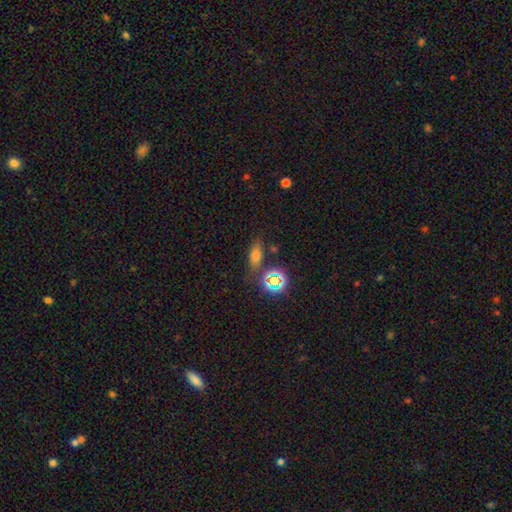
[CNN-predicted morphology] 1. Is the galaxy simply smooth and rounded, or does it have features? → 62% smooth, 25% star or artifact, 13% featured or disk.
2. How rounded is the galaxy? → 68% in between, 17% cigar-shaped, 15% round.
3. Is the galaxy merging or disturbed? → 74% none, 14% minor disturbance, 8% merger, 5% major disturbance.